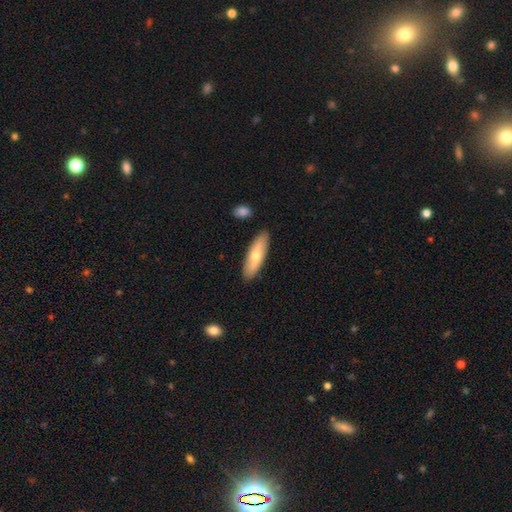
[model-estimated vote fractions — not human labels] A smooth galaxy with no disk features (63%) that is cigar-shaped (51%).

Vote fractions:
- Smooth or featured? smooth: 63% / featured or disk: 31% / star or artifact: 5%
- How rounded? cigar-shaped: 51% / in between: 47% / round: 2%
- Merging? none: 87% / minor disturbance: 9% / merger: 2% / major disturbance: 2%